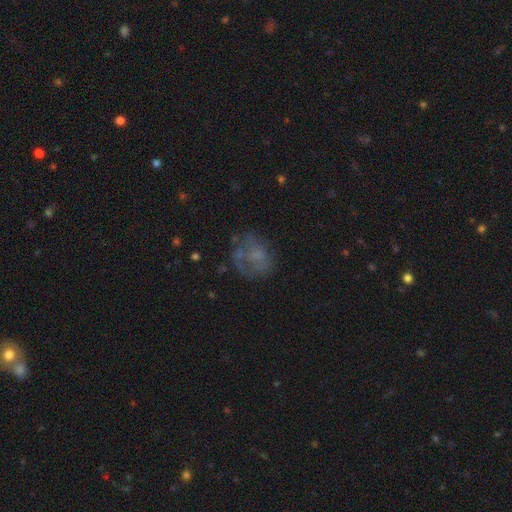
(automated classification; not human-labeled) Morphology: type=smooth (44%); merging=none (51%).